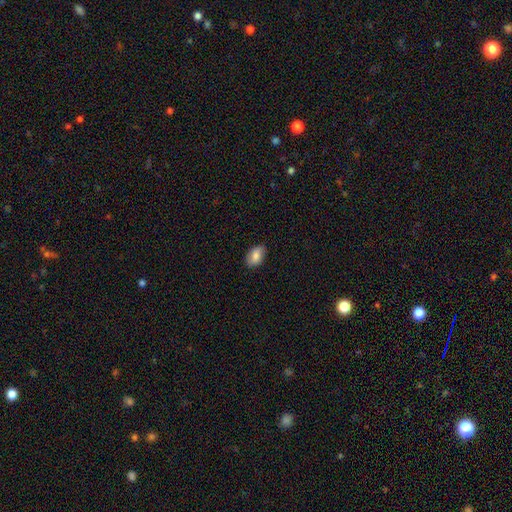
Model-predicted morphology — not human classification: Smooth or featured? smooth (79%)
How rounded? in between (89%)
Merging? none (84%)